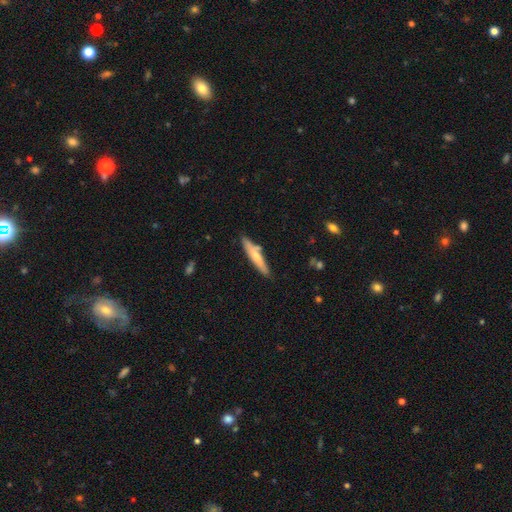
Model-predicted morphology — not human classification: This appears to be a smooth galaxy with no disk features (58%) that is cigar-shaped (88%). Merging: none (76%).